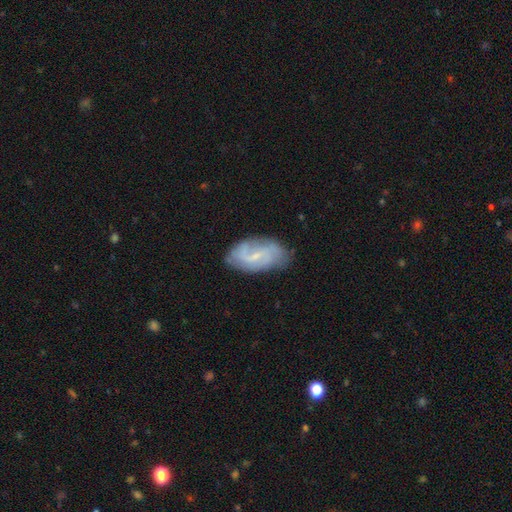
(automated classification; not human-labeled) smooth_or_featured: featured or disk (p=0.72) [alt: smooth p=0.21]
disk_edge_on: no (p=0.96) [alt: yes p=0.04]
bar: weak (p=0.56) [alt: no p=0.28]
has_spiral_arms: yes (p=0.88) [alt: no p=0.12]
spiral_winding: medium (p=0.40) [alt: loose p=0.37]
spiral_arm_count: 2 (p=0.58) [alt: can't tell p=0.24]
bulge_size: small (p=0.71) [alt: moderate p=0.16]
merging: none (p=0.72) [alt: minor disturbance p=0.20]